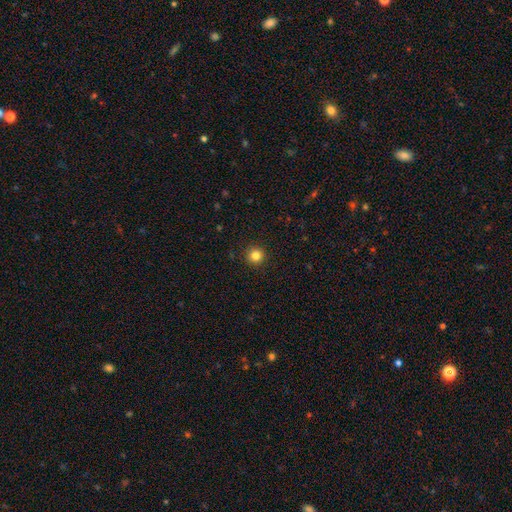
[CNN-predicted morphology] Overall: smooth (83%). How rounded: round (96%). Merging: none (93%).